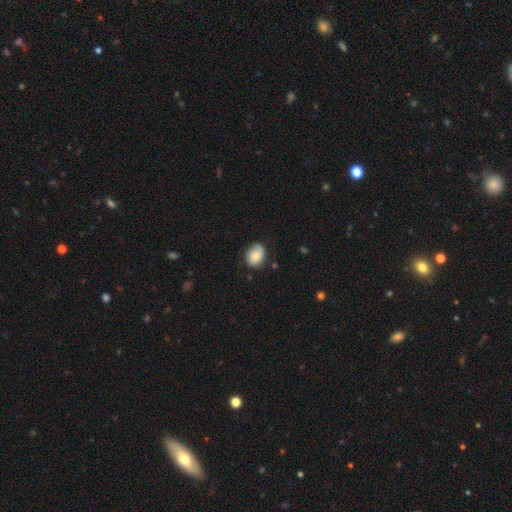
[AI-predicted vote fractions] Smooth or featured?
  - smooth: 82% *
  - featured or disk: 11%
  - star or artifact: 8%
How rounded?
  - in between: 58% *
  - round: 41%
  - cigar-shaped: 1%
Merging?
  - none: 74% *
  - minor disturbance: 20%
  - major disturbance: 4%
  - merger: 2%